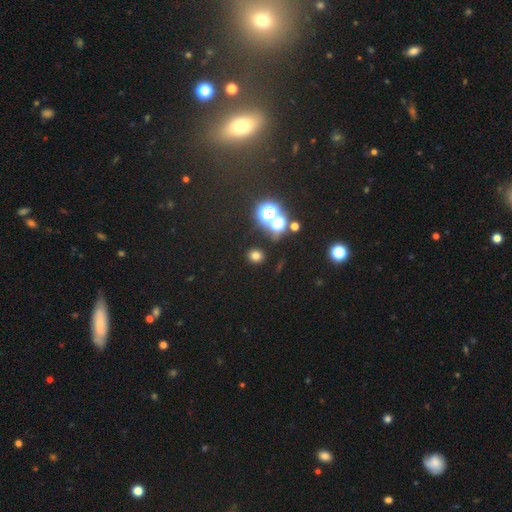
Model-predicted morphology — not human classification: smooth_or_featured: smooth (p=0.69) [alt: star or artifact p=0.25]
how_rounded: round (p=0.79) [alt: in between p=0.20]
merging: none (p=0.87) [alt: minor disturbance p=0.07]